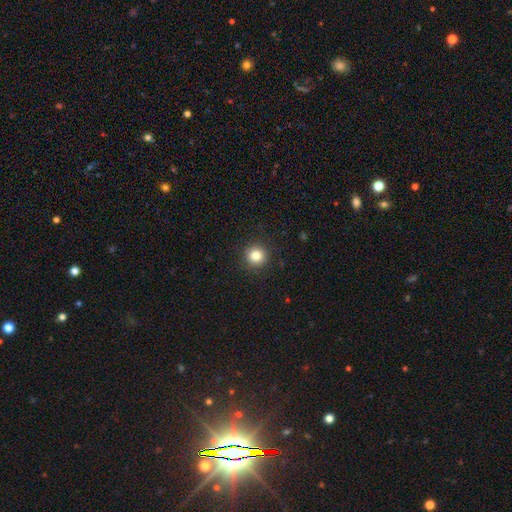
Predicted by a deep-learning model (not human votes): Morphology: type=smooth (82%); roundness=round (95%); merging=none (92%).